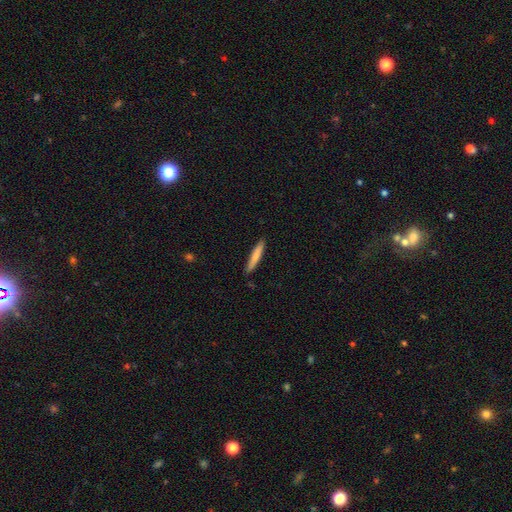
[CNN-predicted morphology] smooth 77%, featured or disk 18%, star or artifact 5%. Down the decision tree: how rounded — cigar-shaped (94%); merging — none (89%).